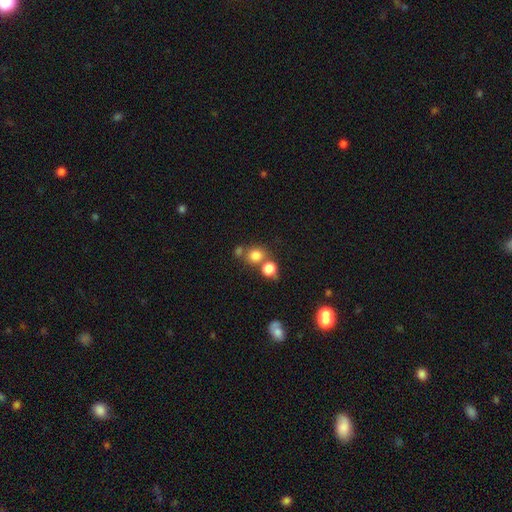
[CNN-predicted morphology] Q: Smooth or featured?
A: smooth (77%); runner-up: star or artifact (15%)
Q: How rounded?
A: round (79%); runner-up: in between (20%)
Q: Merging?
A: none (58%); runner-up: merger (28%)